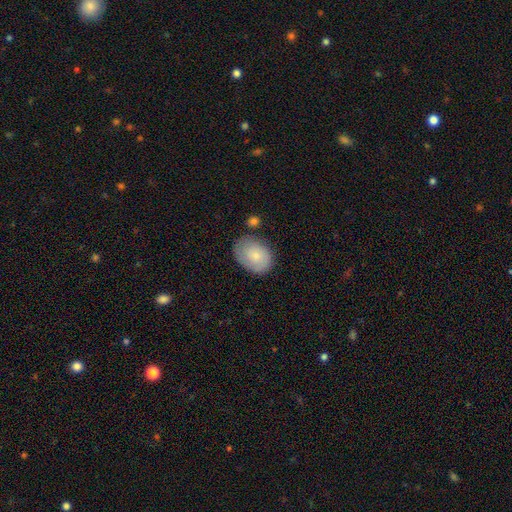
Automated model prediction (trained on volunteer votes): This is likely a smooth galaxy (73%). How rounded: likely in between (73%). Merging: likely none (65%).